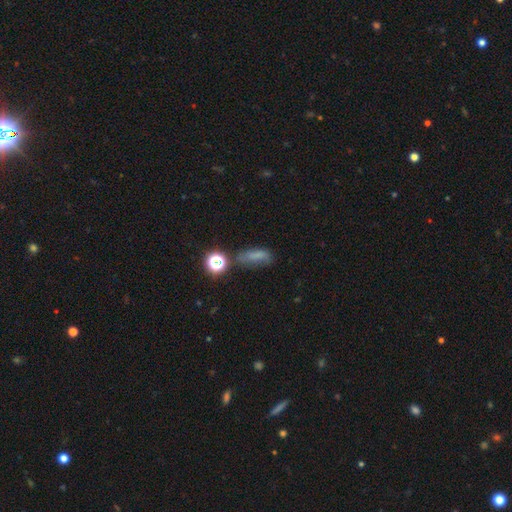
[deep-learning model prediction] smooth 65%, star or artifact 20%, featured or disk 15%. Down the decision tree: how rounded — in between (59%); merging — none (50%).